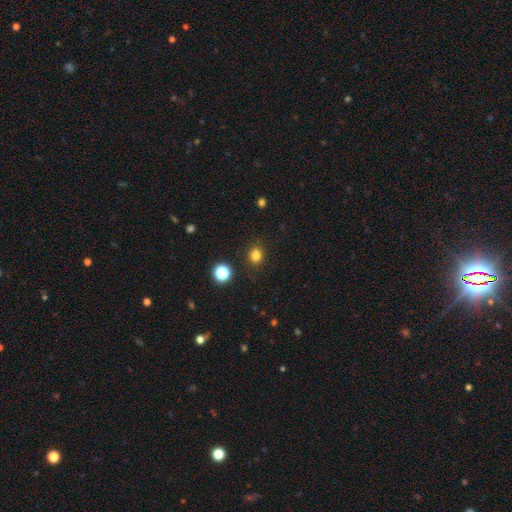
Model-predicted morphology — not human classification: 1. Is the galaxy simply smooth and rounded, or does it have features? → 81% smooth, 14% star or artifact, 5% featured or disk.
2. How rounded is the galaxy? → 65% round, 34% in between, 1% cigar-shaped.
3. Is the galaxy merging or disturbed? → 88% none, 8% minor disturbance, 2% major disturbance, 2% merger.